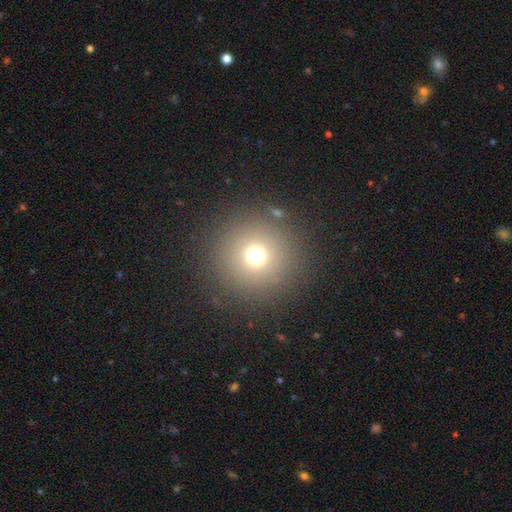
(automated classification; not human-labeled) The model was most divided on "smooth or featured": smooth: 69%, star or artifact: 22%, featured or disk: 9%. More confident: how rounded — round (96%); merging — none (87%).